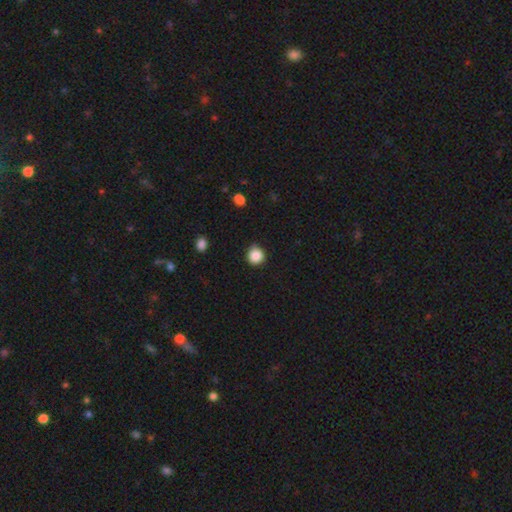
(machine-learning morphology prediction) smooth-or-featured: smooth: 87% | star or artifact: 10% | featured or disk: 3%
  how-rounded: round: 93% | in between: 6% | cigar-shaped: 1%
  merging: none: 82% | minor disturbance: 14% | major disturbance: 3% | merger: 1%